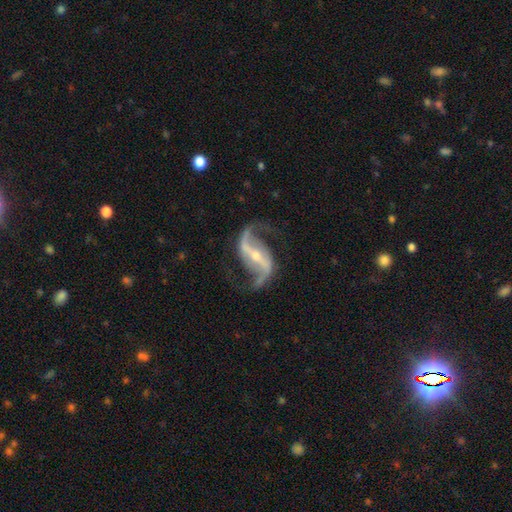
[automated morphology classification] A featured or disk galaxy (93%) with a strong bar (63%), 2 (94%) loose (70%) spiral arms (97%) and a small central bulge (58%). Merging: none (78%).